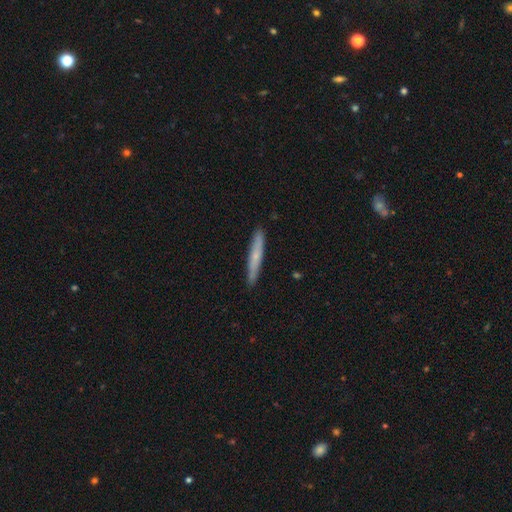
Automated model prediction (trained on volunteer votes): smooth_or_featured: smooth (p=0.59) [alt: featured or disk p=0.35]
how_rounded: cigar-shaped (p=0.95) [alt: in between p=0.03]
merging: none (p=0.90) [alt: minor disturbance p=0.07]